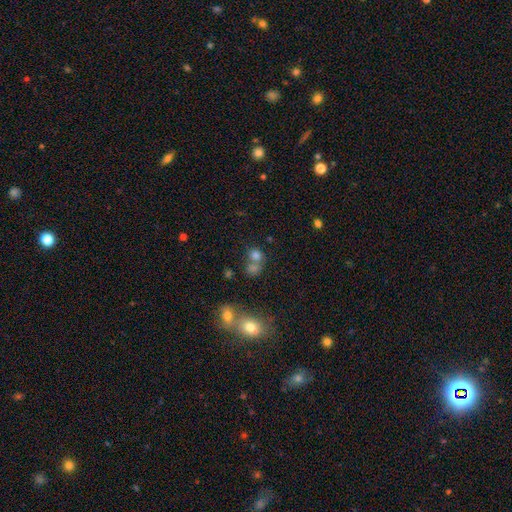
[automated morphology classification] Smooth or featured: smooth — 75% (star or artifact — 15%)
How rounded: round — 70% (in between — 28%)
Merging: merger — 47% (none — 41%)